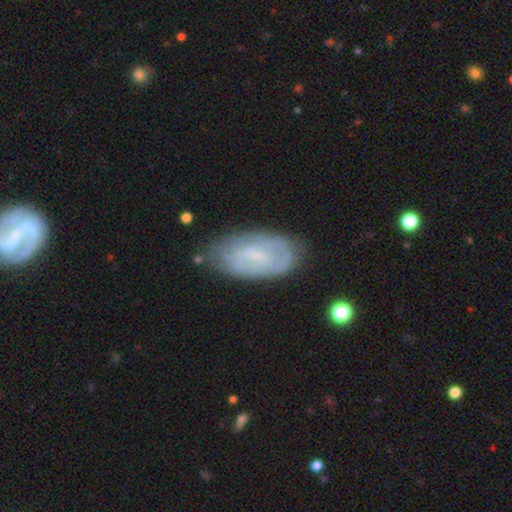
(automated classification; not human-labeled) Smooth or featured? featured or disk (53%)
Edge-on disk? no (93%)
Merging? none (65%)